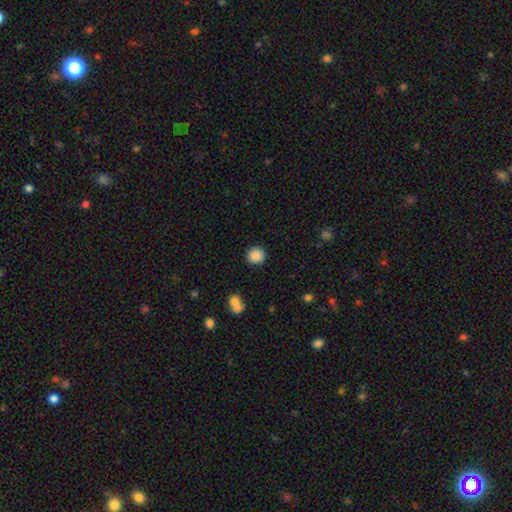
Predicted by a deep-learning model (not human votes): Q: Smooth or featured?
A: smooth (88%); runner-up: star or artifact (9%)
Q: How rounded?
A: round (92%); runner-up: in between (8%)
Q: Merging?
A: none (89%); runner-up: minor disturbance (6%)